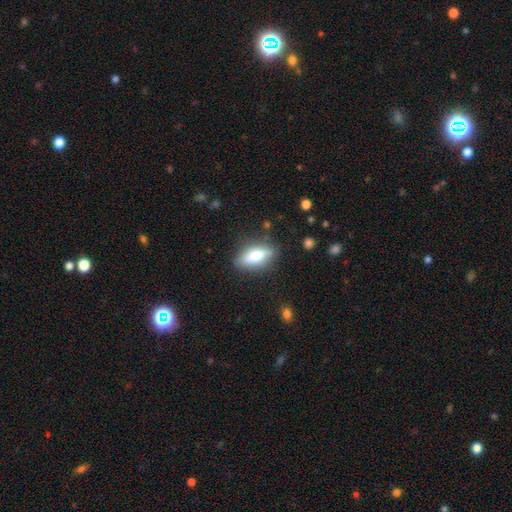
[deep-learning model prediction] Smooth or featured? Predicted: smooth (p=0.69). How rounded? Predicted: in between (p=0.80). Merging? Predicted: none (p=0.80).